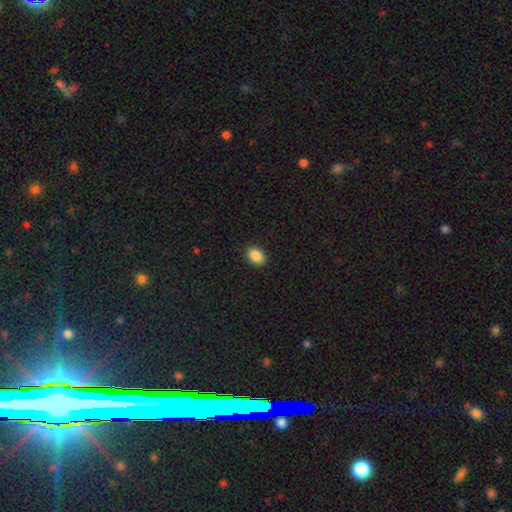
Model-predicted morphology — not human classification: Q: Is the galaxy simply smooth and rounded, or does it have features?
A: smooth — 88%.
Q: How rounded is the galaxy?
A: in between — 68%.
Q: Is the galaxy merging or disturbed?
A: none — 90%.